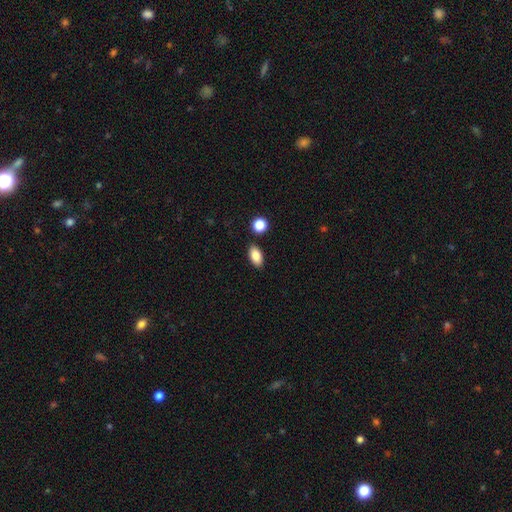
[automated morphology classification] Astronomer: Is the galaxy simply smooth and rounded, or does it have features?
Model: smooth — 86%.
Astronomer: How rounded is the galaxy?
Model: in between — 91%.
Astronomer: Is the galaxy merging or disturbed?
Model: none — 86%.